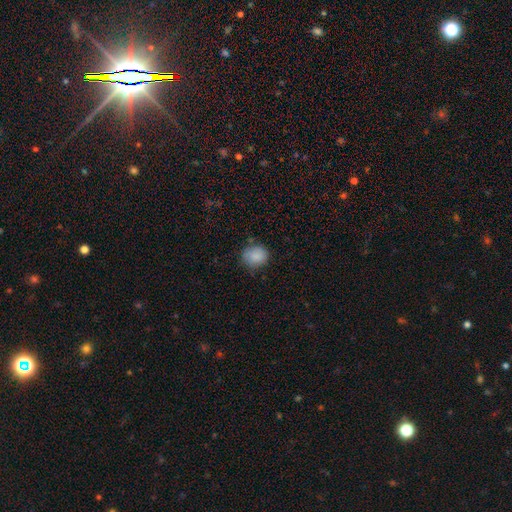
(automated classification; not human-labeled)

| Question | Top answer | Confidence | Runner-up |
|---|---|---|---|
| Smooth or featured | smooth | 87% | star or artifact (8%) |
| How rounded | round | 71% | in between (28%) |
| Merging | none | 76% | minor disturbance (18%) |